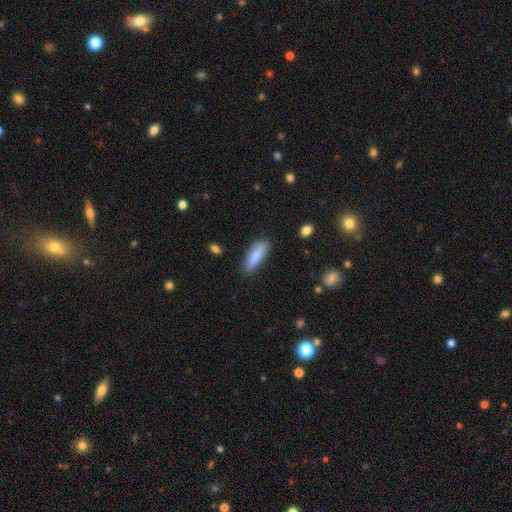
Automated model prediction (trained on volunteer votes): smooth_or_featured: smooth (p=0.86) [alt: featured or disk p=0.08]
how_rounded: cigar-shaped (p=0.54) [alt: in between p=0.45]
merging: none (p=0.82) [alt: minor disturbance p=0.14]